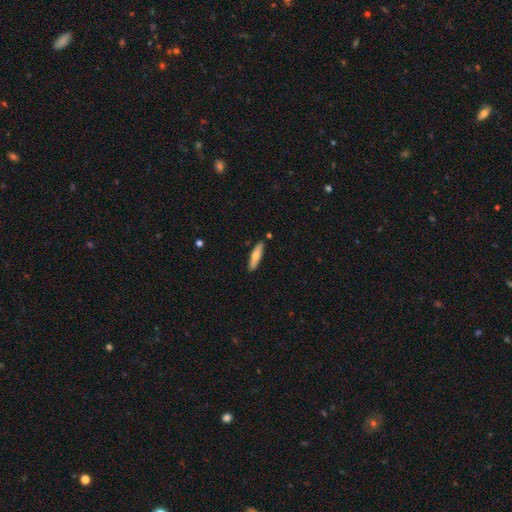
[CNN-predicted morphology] smooth-or-featured: smooth: 66% | featured or disk: 28% | star or artifact: 6%
  how-rounded: cigar-shaped: 75% | in between: 24% | round: 2%
  merging: none: 87% | minor disturbance: 9% | merger: 2% | major disturbance: 2%